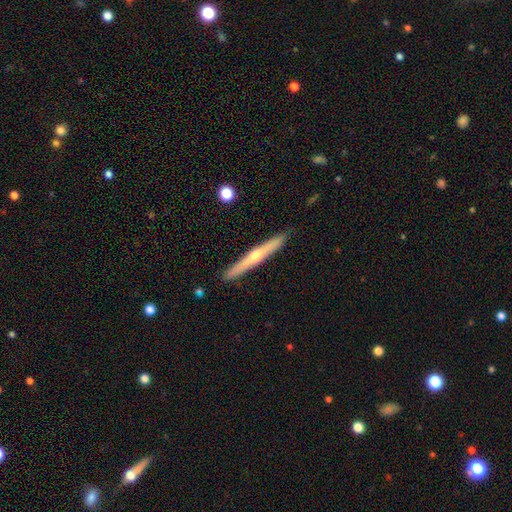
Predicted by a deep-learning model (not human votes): This is likely a featured or disk galaxy (62%). It is clearly viewed edge-on (97%). Edge-on bulge: clearly rounded (80%). Merging: clearly none (91%).